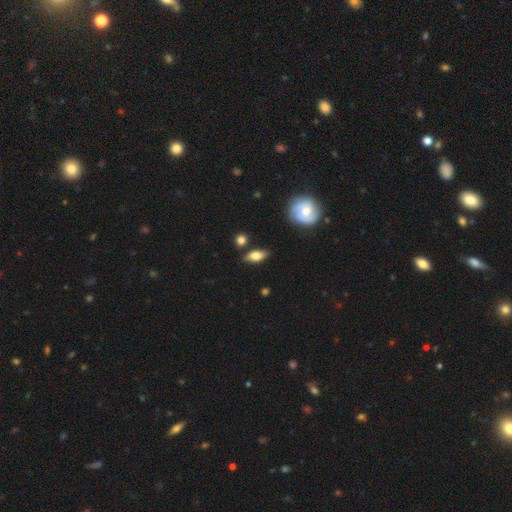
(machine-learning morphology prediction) Overall: smooth (68%). How rounded: in between (79%). Merging: none (78%).